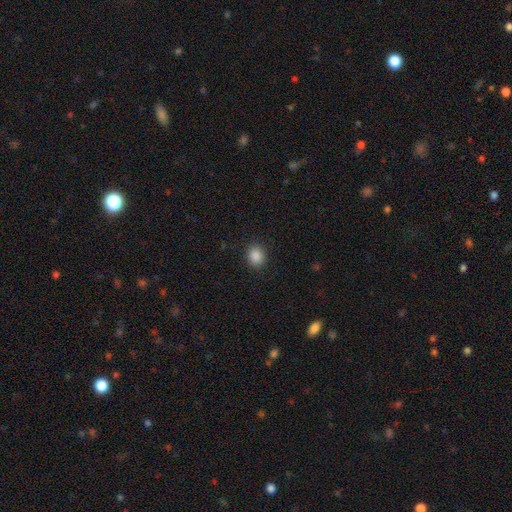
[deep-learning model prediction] A smooth galaxy with no disk features (87%) that is round (67%).

Vote fractions:
- Smooth or featured? smooth: 87% / star or artifact: 10% / featured or disk: 3%
- How rounded? round: 67% / in between: 32% / cigar-shaped: 1%
- Merging? none: 89% / minor disturbance: 8% / major disturbance: 2% / merger: 1%